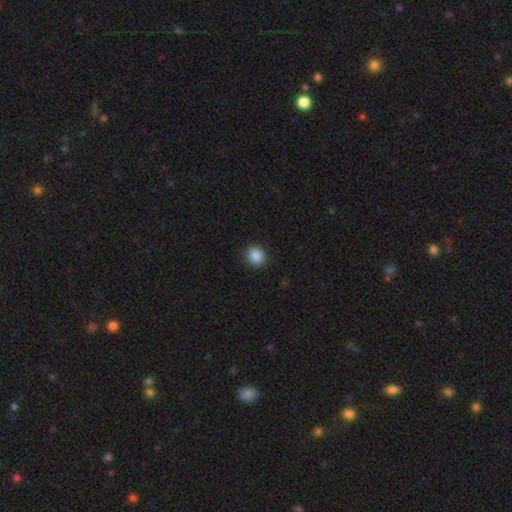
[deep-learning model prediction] smooth-or-featured: smooth: 88% | star or artifact: 9% | featured or disk: 3%
  how-rounded: round: 91% | in between: 8% | cigar-shaped: 1%
  merging: none: 92% | minor disturbance: 5% | major disturbance: 2% | merger: 1%